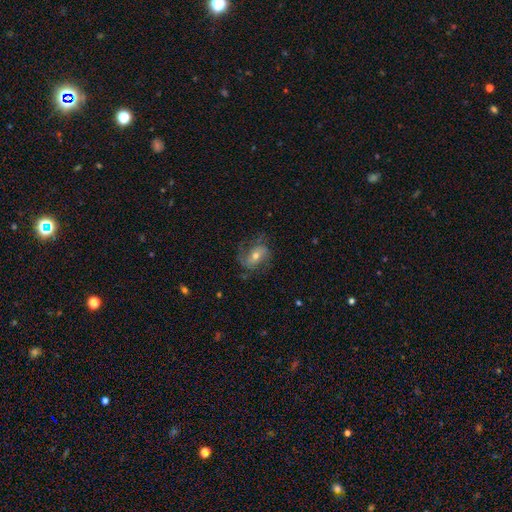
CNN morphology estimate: Q: Smooth or featured?
A: featured or disk (65%); runner-up: smooth (26%)
Q: Edge-on disk?
A: no (95%); runner-up: yes (5%)
Q: Bar?
A: no (37%); tied with: weak (37%)
Q: Spiral arms?
A: yes (85%); runner-up: no (15%)
Q: Spiral winding?
A: medium (43%); runner-up: loose (38%)
Q: Spiral arm count?
A: 2 (71%); runner-up: can't tell (14%)
Q: Bulge size?
A: moderate (59%); runner-up: small (35%)
Q: Merging?
A: none (63%); runner-up: minor disturbance (21%)